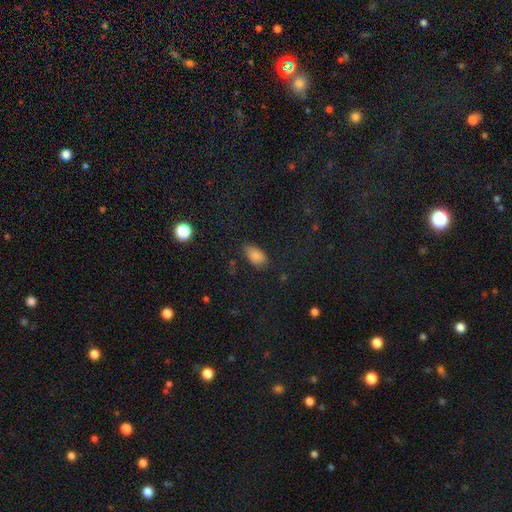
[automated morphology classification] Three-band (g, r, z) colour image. It shows a smooth galaxy with no disk features (82%) that is in between round and cigar-shaped (91%). Merging: none (69%).